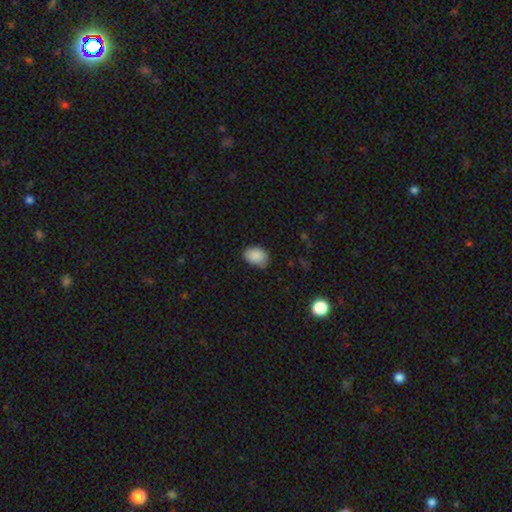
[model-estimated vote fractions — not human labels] Smooth or featured? smooth (88%)
How rounded? in between (75%)
Merging? none (69%)